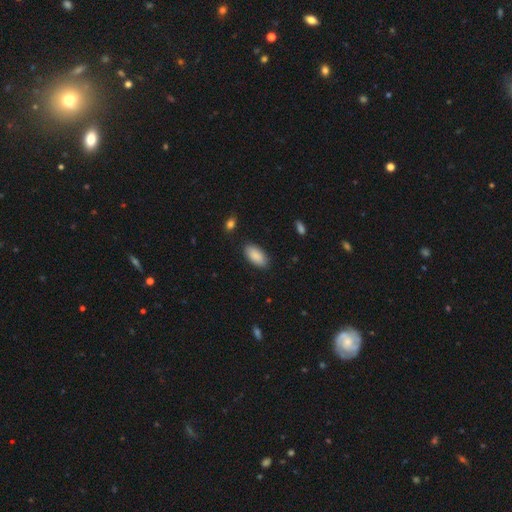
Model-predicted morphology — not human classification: This is clearly a smooth galaxy (89%). How rounded: clearly in between (94%). Merging: clearly none (87%).